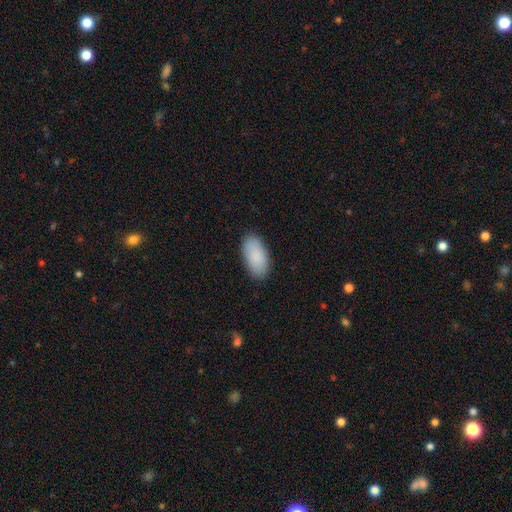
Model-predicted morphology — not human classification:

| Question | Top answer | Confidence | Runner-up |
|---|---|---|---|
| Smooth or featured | smooth | 89% | star or artifact (6%) |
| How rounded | in between | 94% | cigar-shaped (4%) |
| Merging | none | 87% | minor disturbance (10%) |